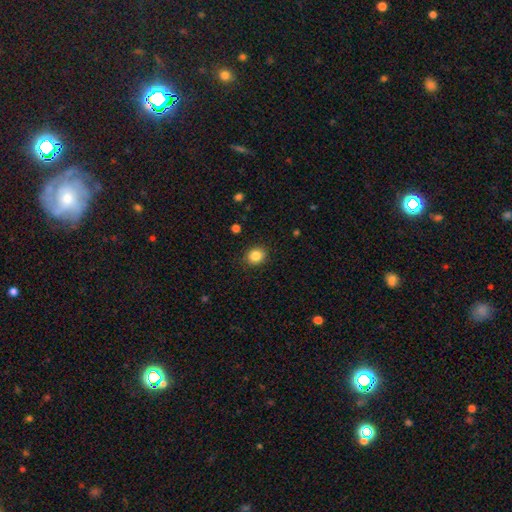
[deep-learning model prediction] A smooth galaxy with no disk features (85%) that is round (75%).

Vote fractions:
- Smooth or featured? smooth: 85% / star or artifact: 10% / featured or disk: 5%
- How rounded? round: 75% / in between: 24% / cigar-shaped: 1%
- Merging? none: 89% / minor disturbance: 8% / major disturbance: 2% / merger: 1%